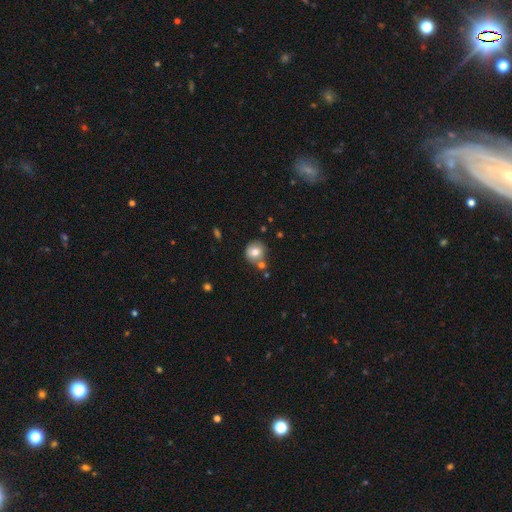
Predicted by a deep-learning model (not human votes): Smooth or featured: smooth — 71% (featured or disk — 15%)
How rounded: round — 87% (in between — 12%)
Merging: none — 68% (merger — 15%)